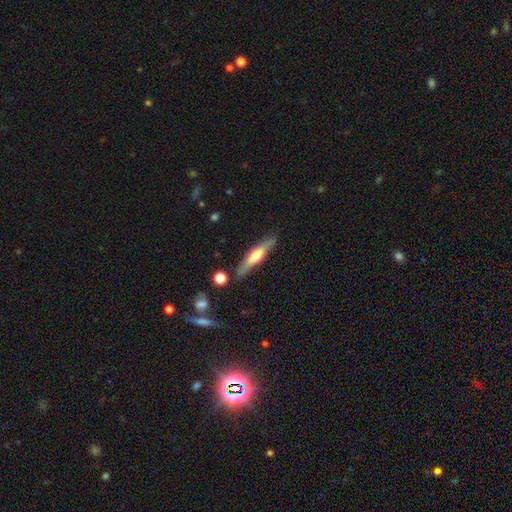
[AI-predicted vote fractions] This is possibly a featured or disk galaxy (49%). Merging: clearly none (83%).